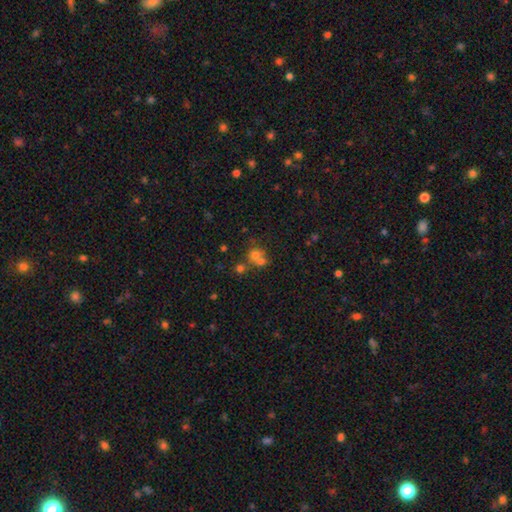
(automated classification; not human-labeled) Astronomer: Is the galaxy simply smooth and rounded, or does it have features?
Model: smooth — 57%.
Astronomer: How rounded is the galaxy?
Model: round — 83%.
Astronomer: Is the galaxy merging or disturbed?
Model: merger — 45%, tied with none at 45%.